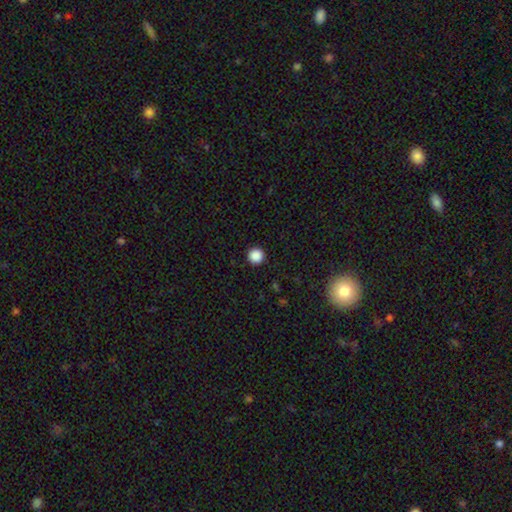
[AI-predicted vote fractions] smooth_or_featured: smooth (p=0.88) [alt: star or artifact p=0.10]
how_rounded: round (p=0.96) [alt: in between p=0.03]
merging: none (p=0.93) [alt: minor disturbance p=0.04]